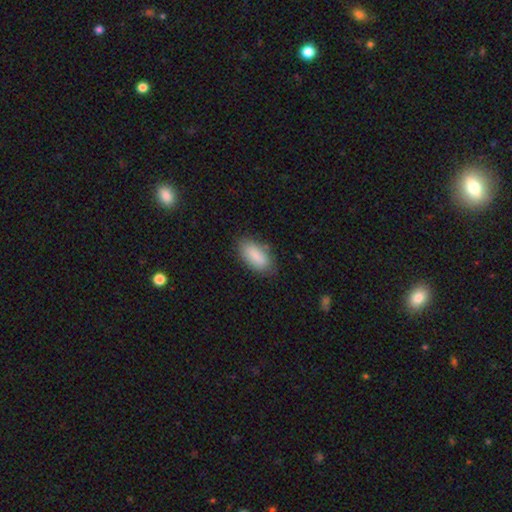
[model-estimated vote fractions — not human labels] The model was most divided on "merging": none: 79%, minor disturbance: 16%, major disturbance: 3%, merger: 2%. More confident: how rounded — in between (91%); smooth or featured — smooth (86%).